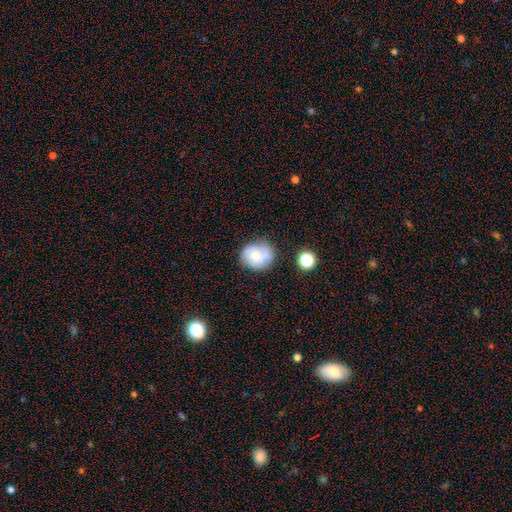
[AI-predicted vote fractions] Morphology: type=smooth (65%); roundness=round (74%); merging=none (66%).